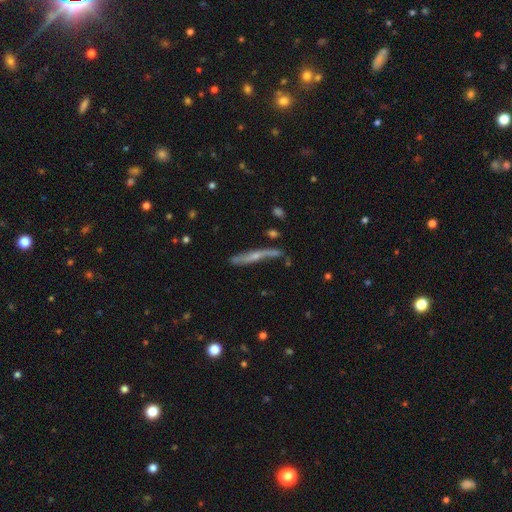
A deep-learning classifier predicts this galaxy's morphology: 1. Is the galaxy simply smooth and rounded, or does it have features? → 66% featured or disk, 26% smooth, 8% star or artifact.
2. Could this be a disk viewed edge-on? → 84% yes, 16% no.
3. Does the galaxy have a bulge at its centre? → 67% rounded, 27% none, 5% boxy.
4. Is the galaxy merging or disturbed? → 62% none, 25% minor disturbance, 8% major disturbance, 5% merger.